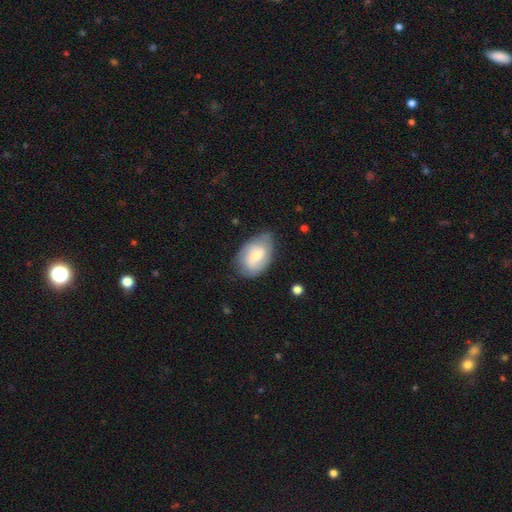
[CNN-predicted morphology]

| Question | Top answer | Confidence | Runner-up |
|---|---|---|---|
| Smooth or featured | smooth | 68% | featured or disk (26%) |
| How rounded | in between | 89% | round (10%) |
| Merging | none | 60% | minor disturbance (30%) |